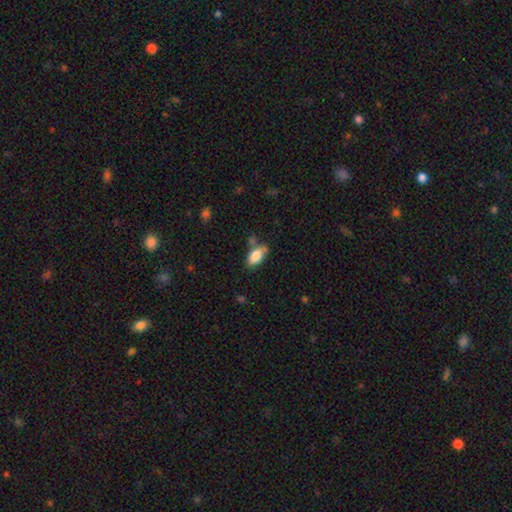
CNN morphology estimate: Smooth or featured: smooth — 82% (featured or disk — 11%)
How rounded: in between — 91% (cigar-shaped — 6%)
Merging: none — 60% (minor disturbance — 22%)